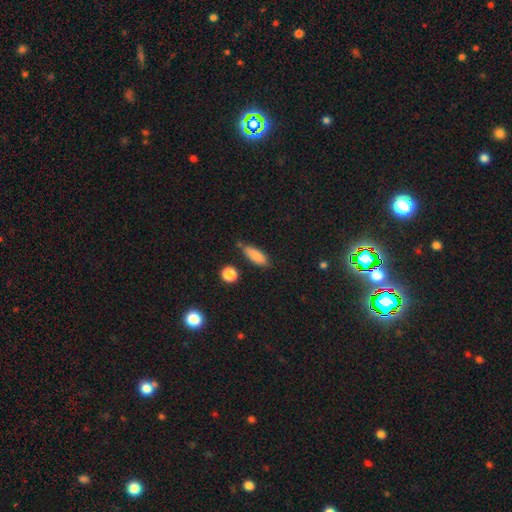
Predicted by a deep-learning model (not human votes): smooth-or-featured: smooth: 85% | star or artifact: 8% | featured or disk: 7%
  how-rounded: in between: 67% | cigar-shaped: 30% | round: 3%
  merging: none: 74% | minor disturbance: 17% | merger: 6% | major disturbance: 4%